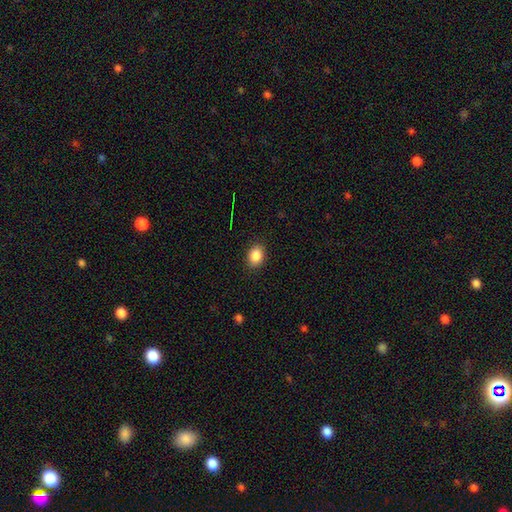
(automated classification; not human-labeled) Morphology: type=smooth (86%); roundness=in between (66%); merging=none (89%).